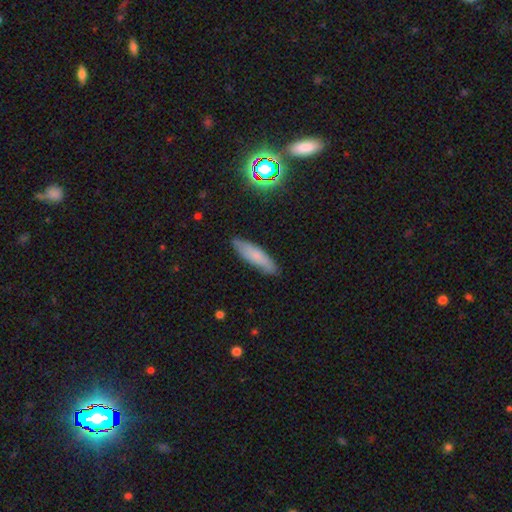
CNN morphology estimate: Smooth or featured? Predicted: smooth (p=0.70). How rounded? Predicted: cigar-shaped (p=0.69). Merging? Predicted: none (p=0.83).